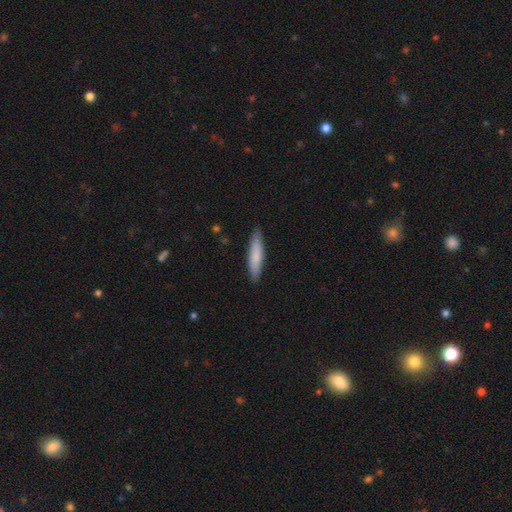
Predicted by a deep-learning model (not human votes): Smooth or featured?
  - smooth: 77% *
  - featured or disk: 18%
  - star or artifact: 5%
How rounded?
  - cigar-shaped: 83% *
  - in between: 15%
  - round: 1%
Merging?
  - none: 89% *
  - minor disturbance: 9%
  - major disturbance: 2%
  - merger: 1%